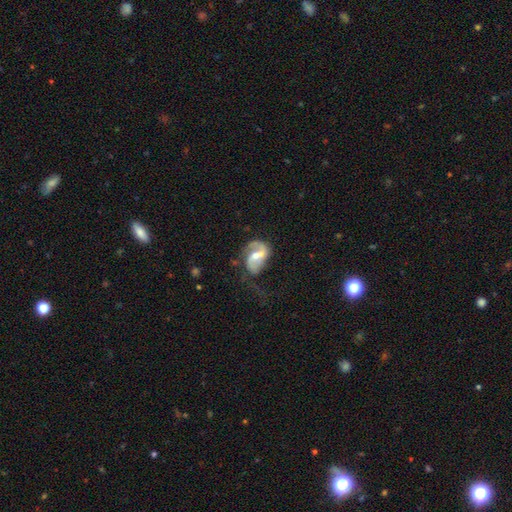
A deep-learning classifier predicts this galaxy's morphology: This appears to be a featured or disk galaxy (82%) with a weak bar (44%), 2 (73%) loose (44%) spiral arms (90%) and a moderate central bulge (61%). Merging: none (41%).